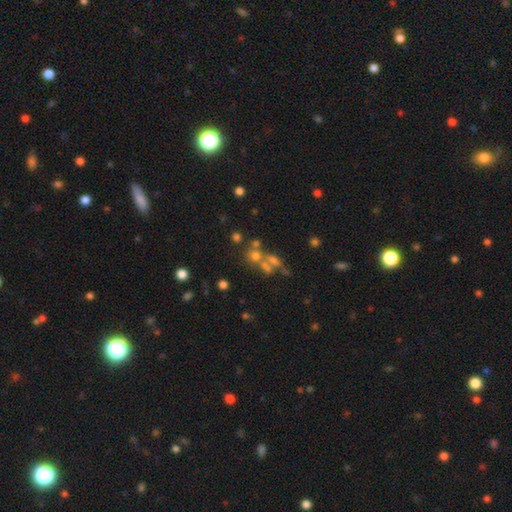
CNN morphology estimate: Overall: smooth (45%; star or artifact 29%). Merging: none (43%; merger 39%).